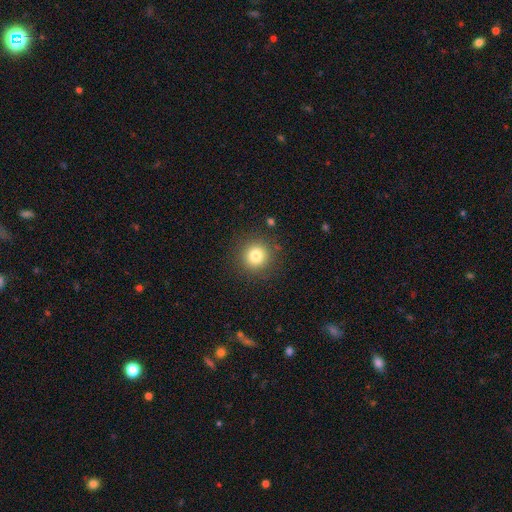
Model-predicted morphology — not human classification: A smooth galaxy with no disk features (80%) that is round (94%).

Vote fractions:
- Smooth or featured? smooth: 80% / star or artifact: 12% / featured or disk: 7%
- How rounded? round: 94% / in between: 5% / cigar-shaped: 1%
- Merging? none: 89% / minor disturbance: 7% / major disturbance: 3% / merger: 2%